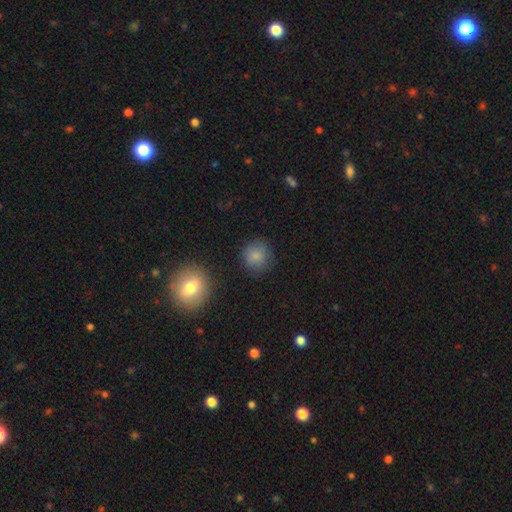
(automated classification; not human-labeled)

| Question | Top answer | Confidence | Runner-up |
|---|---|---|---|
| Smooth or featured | smooth | 82% | star or artifact (12%) |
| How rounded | round | 89% | in between (10%) |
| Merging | none | 82% | minor disturbance (12%) |